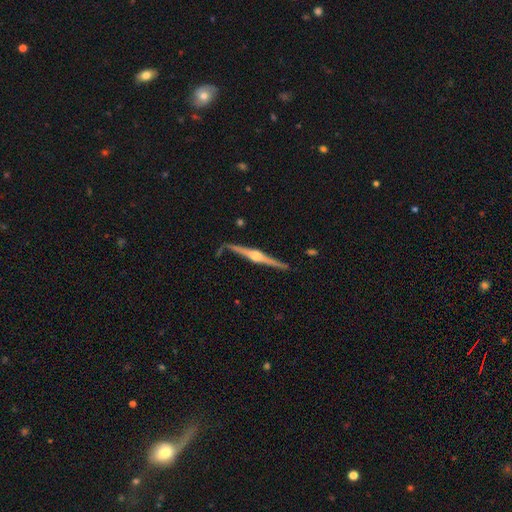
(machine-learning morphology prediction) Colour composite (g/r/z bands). It shows a featured or disk galaxy (88%) viewed edge-on (98%) with a rounded central bulge (92%). Merging: none (83%).